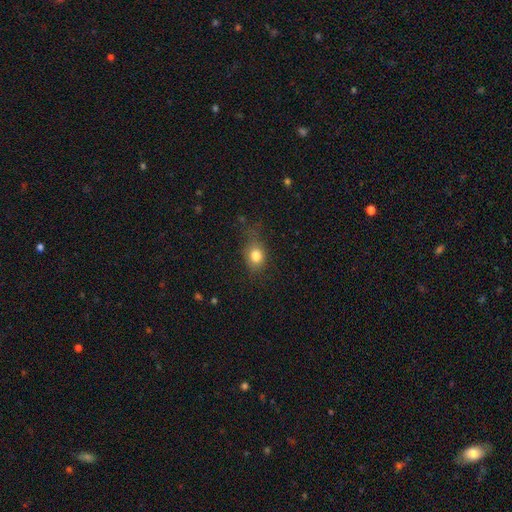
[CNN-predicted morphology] smooth-or-featured: smooth: 80% | star or artifact: 11% | featured or disk: 9%
  how-rounded: in between: 54% | round: 44% | cigar-shaped: 2%
  merging: none: 59% | minor disturbance: 27% | major disturbance: 11% | merger: 2%